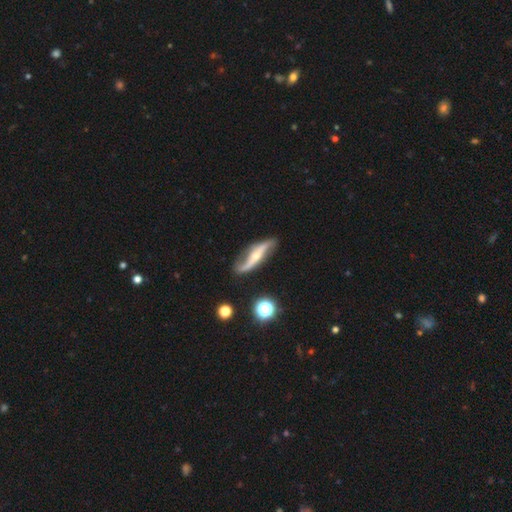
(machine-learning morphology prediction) This appears to be a featured or disk galaxy (82%) with no bar (41%), 2 (89%) loose (83%) spiral arms (92%) and a small central bulge (51%). Merging: none (71%).